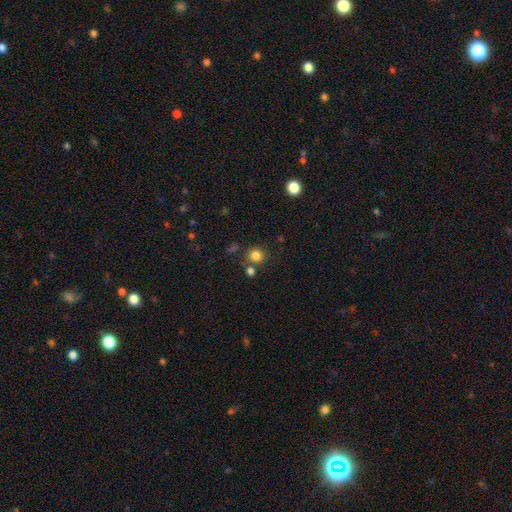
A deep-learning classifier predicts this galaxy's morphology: smooth-or-featured: smooth: 82% | star or artifact: 13% | featured or disk: 5%
  how-rounded: round: 90% | in between: 9% | cigar-shaped: 1%
  merging: none: 76% | merger: 12% | minor disturbance: 9% | major disturbance: 3%